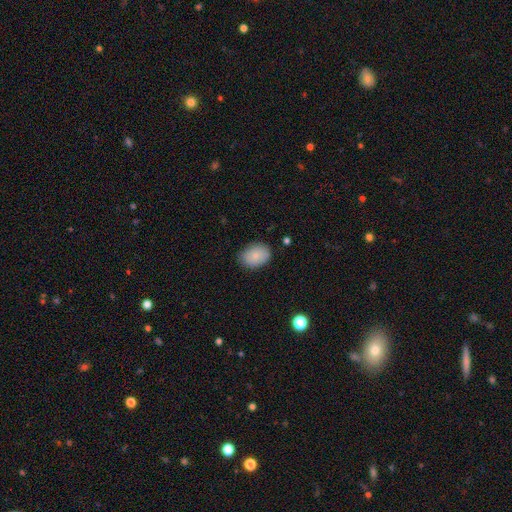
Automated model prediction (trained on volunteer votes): Overall: smooth (82%). How rounded: in between (74%). Merging: none (81%).